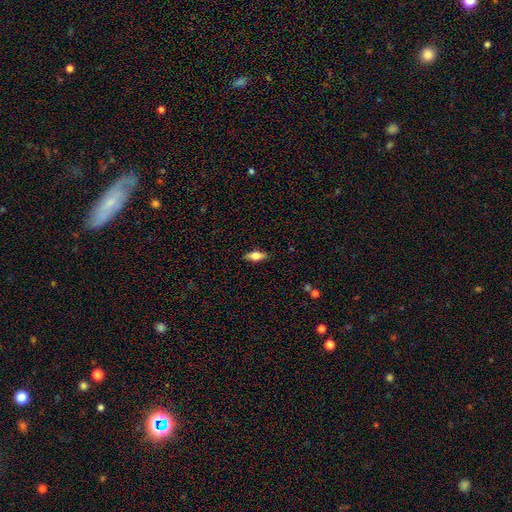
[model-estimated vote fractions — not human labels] smooth-or-featured: smooth: 60% | featured or disk: 32% | star or artifact: 7%
  how-rounded: in between: 73% | cigar-shaped: 24% | round: 3%
  merging: none: 86% | minor disturbance: 10% | major disturbance: 2% | merger: 1%